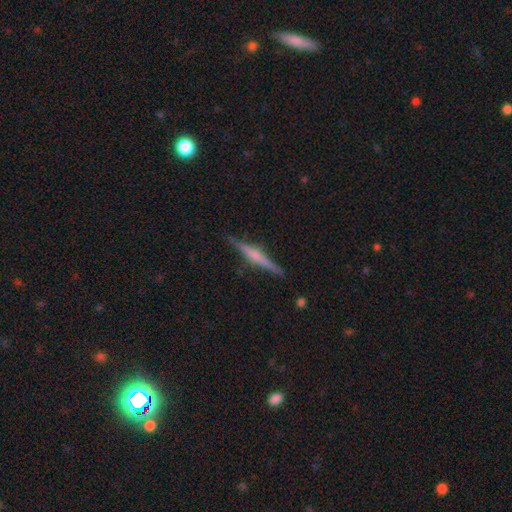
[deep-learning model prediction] smooth_or_featured: featured or disk (p=0.71) [alt: smooth p=0.23]
disk_edge_on: yes (p=0.98) [alt: no p=0.02]
edge_on_bulge: rounded (p=0.62) [alt: boxy p=0.20]
merging: none (p=0.89) [alt: minor disturbance p=0.08]